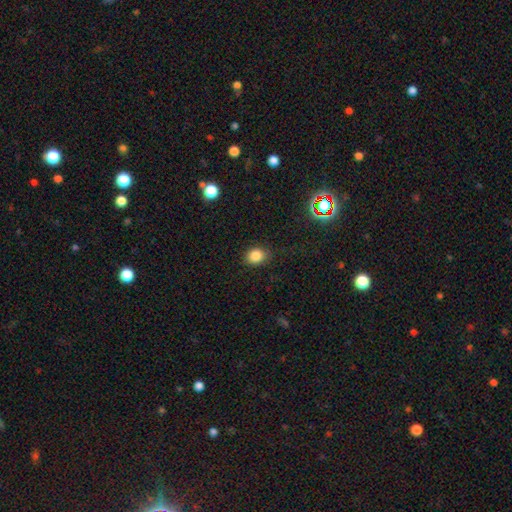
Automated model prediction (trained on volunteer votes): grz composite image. It shows a smooth galaxy with no disk features (84%) that is round (56%). Merging: none (84%).